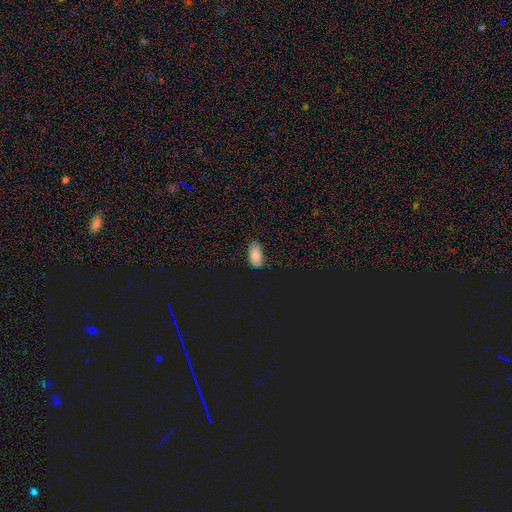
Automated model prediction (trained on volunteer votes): A smooth galaxy with no disk features (79%) that is in between round and cigar-shaped (93%). Merging: none (74%).